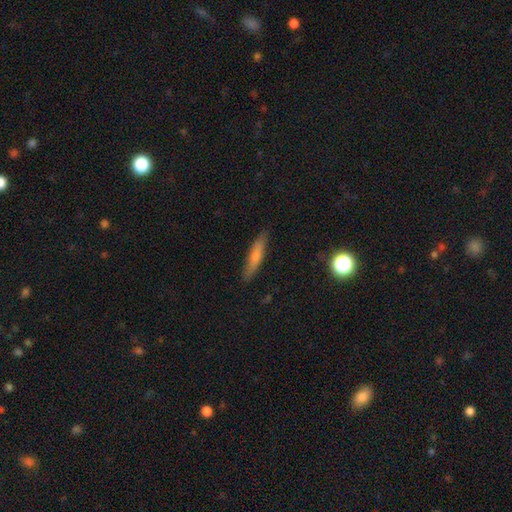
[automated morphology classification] smooth 66%, featured or disk 27%, star or artifact 7%. Down the decision tree: how rounded — cigar-shaped (87%); merging — none (87%).